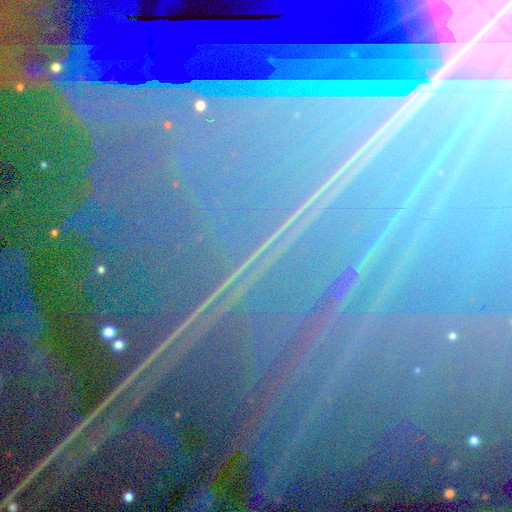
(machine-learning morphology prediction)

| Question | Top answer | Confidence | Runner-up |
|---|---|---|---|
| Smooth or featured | star or artifact | 90% | featured or disk (6%) |